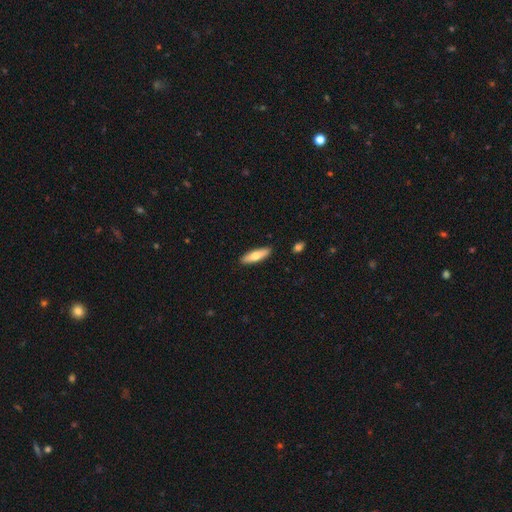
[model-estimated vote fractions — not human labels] Smooth or featured: smooth — 67% (featured or disk — 27%)
How rounded: cigar-shaped — 60% (in between — 39%)
Merging: none — 89% (minor disturbance — 8%)